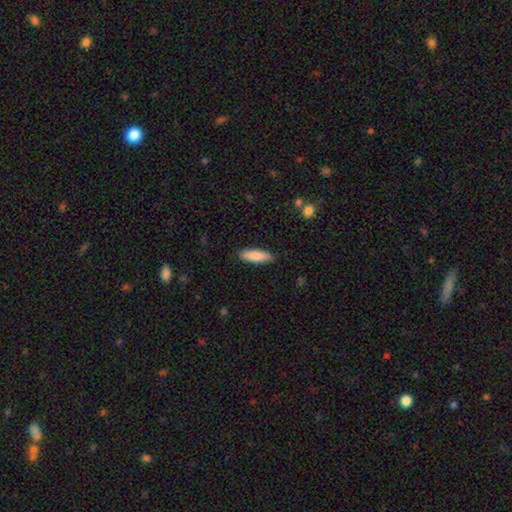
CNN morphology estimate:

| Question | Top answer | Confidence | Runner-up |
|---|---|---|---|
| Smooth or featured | smooth | 83% | featured or disk (11%) |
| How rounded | cigar-shaped | 50% | in between (48%) |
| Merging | none | 87% | minor disturbance (10%) |